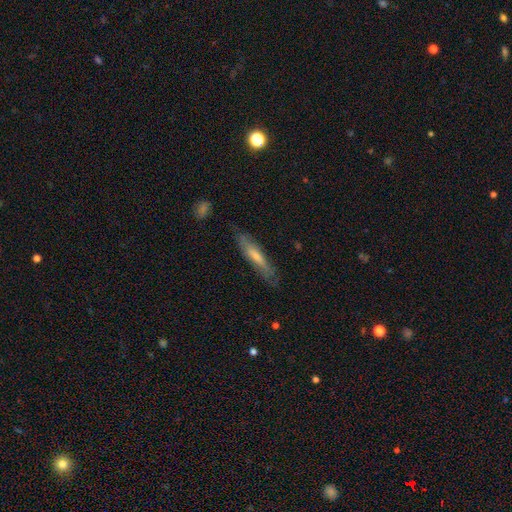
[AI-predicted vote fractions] Morphology: type=smooth (48%); merging=none (79%).